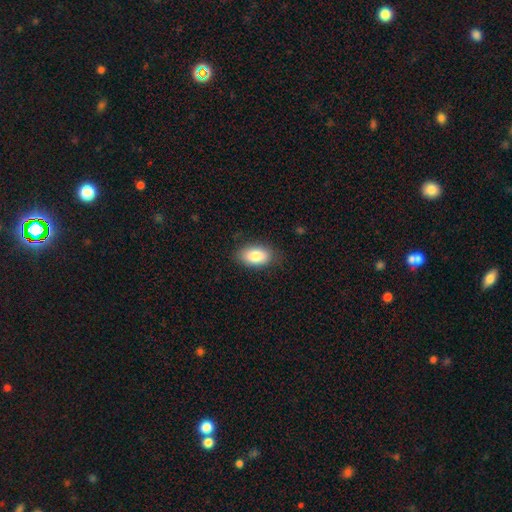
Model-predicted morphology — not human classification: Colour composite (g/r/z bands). It shows a smooth galaxy with no disk features (84%) that is in between round and cigar-shaped (92%). Merging: none (83%).